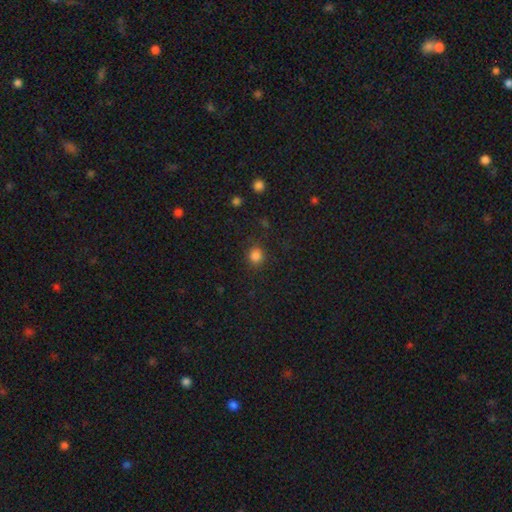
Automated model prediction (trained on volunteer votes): smooth 83%, star or artifact 13%, featured or disk 4%. Down the decision tree: how rounded — round (87%); merging — none (86%).